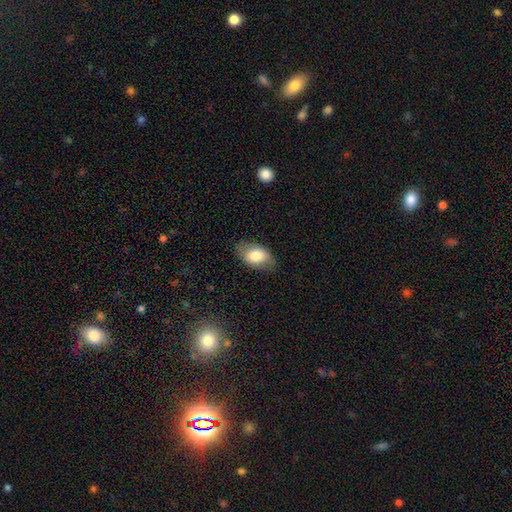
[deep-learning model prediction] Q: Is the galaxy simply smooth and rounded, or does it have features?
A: smooth — 76%.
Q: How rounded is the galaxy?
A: in between — 91%.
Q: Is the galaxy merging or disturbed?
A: none — 78%.